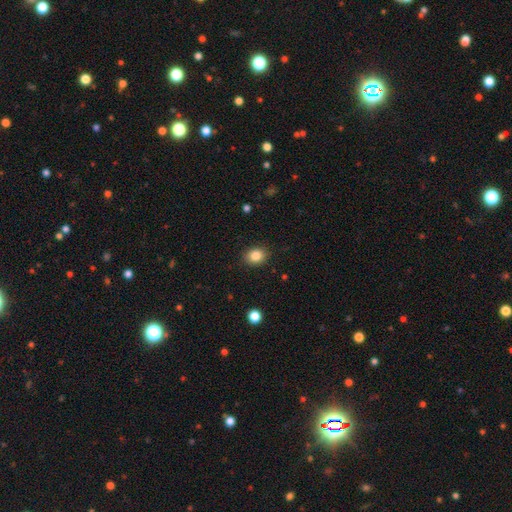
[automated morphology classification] type=smooth (85%); roundness=round (56%); merging=none (88%).